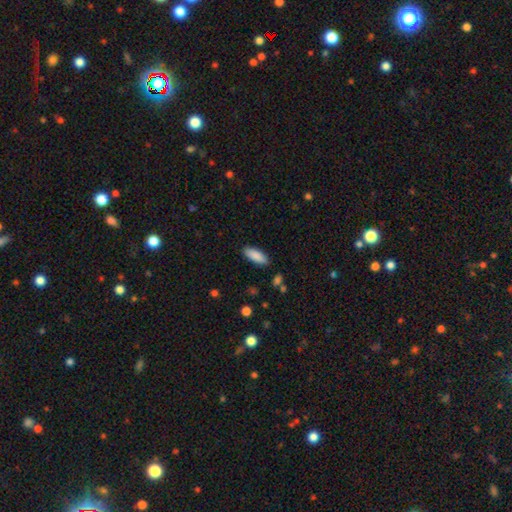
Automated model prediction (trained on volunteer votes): Morphology: type=smooth (89%); roundness=in between (74%); merging=none (88%).